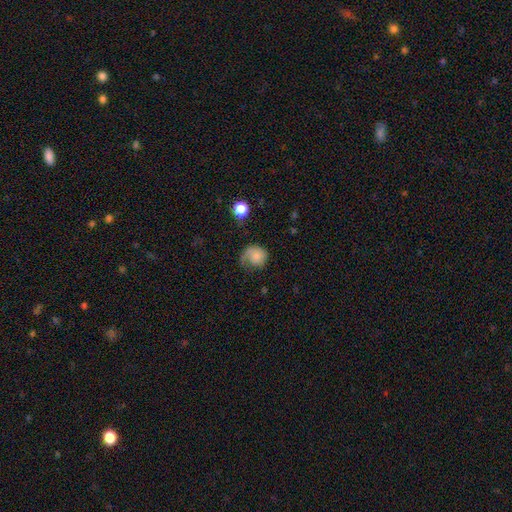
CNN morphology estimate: Smooth or featured? smooth (62%)
How rounded? round (73%)
Merging? none (38%)